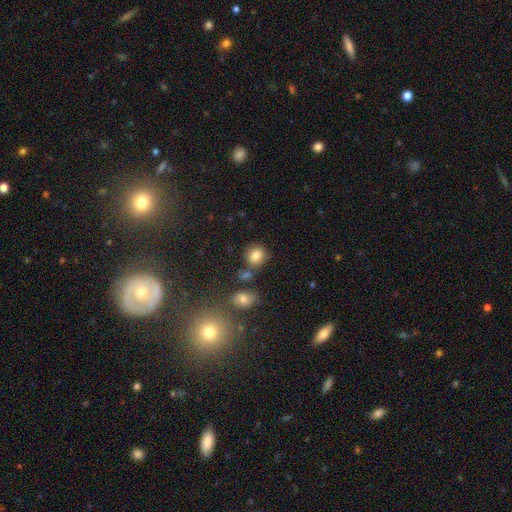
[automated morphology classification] type=smooth (81%); roundness=round (70%); merging=none (72%).